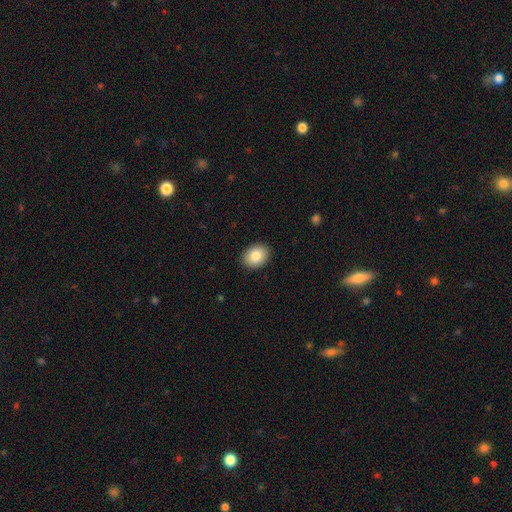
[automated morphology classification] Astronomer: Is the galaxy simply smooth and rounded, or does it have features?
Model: smooth — 85%.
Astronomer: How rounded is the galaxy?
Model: in between — 61% (runner-up: round, 38%).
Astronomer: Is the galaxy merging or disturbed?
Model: none — 91%.